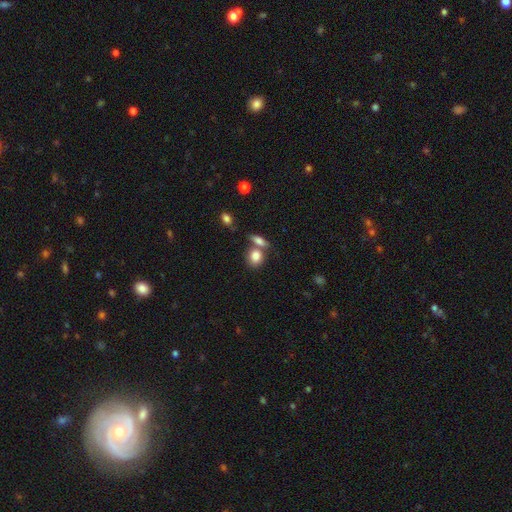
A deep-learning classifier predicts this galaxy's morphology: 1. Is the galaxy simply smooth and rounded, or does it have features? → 83% smooth, 9% featured or disk, 8% star or artifact.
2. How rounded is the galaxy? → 50% round, 47% in between, 3% cigar-shaped.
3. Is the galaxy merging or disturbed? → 49% none, 37% merger, 11% minor disturbance, 4% major disturbance.